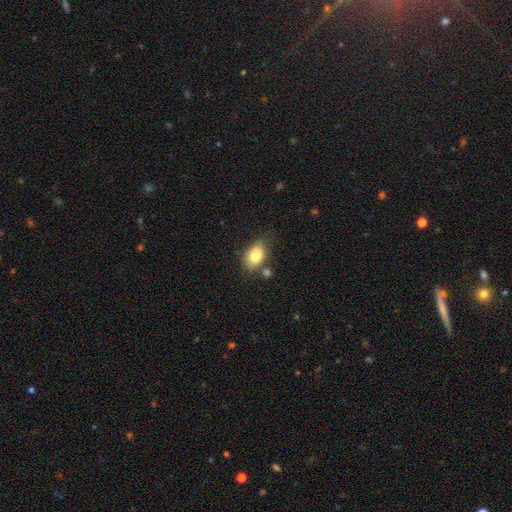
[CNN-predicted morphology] Smooth or featured? smooth (80%)
How rounded? in between (87%)
Merging? none (66%)